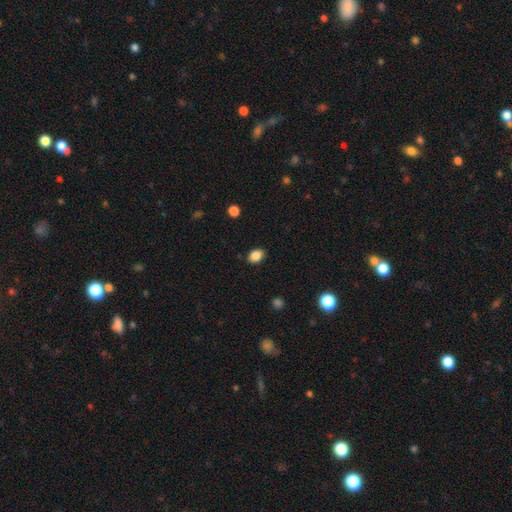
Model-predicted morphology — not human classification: Smooth or featured?
  - smooth: 87% *
  - star or artifact: 9%
  - featured or disk: 4%
How rounded?
  - in between: 68% *
  - round: 31%
  - cigar-shaped: 1%
Merging?
  - none: 86% *
  - minor disturbance: 11%
  - major disturbance: 2%
  - merger: 1%